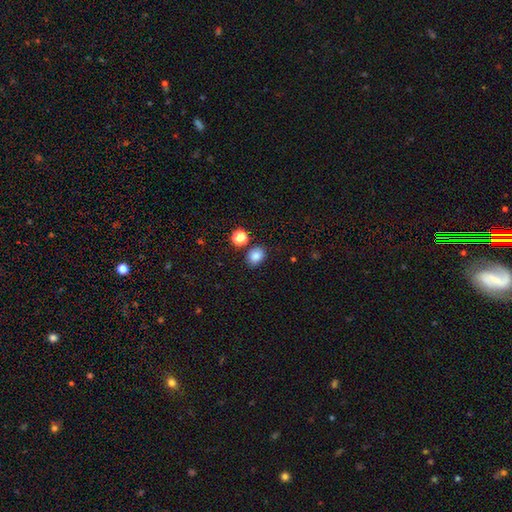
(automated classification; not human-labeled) Q: Smooth or featured?
A: smooth (84%); runner-up: star or artifact (11%)
Q: How rounded?
A: in between (53%); runner-up: round (46%)
Q: Merging?
A: none (80%); runner-up: minor disturbance (10%)